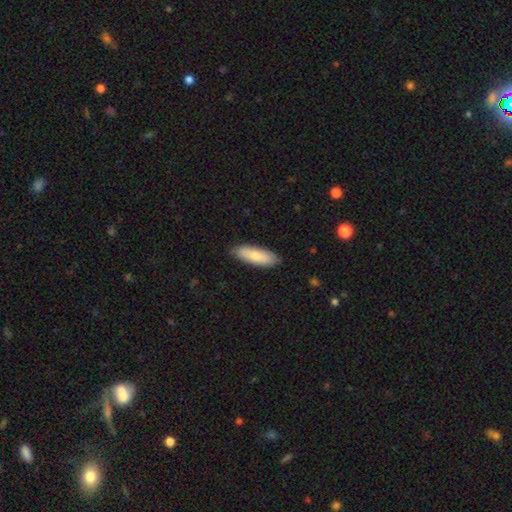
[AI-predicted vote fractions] smooth_or_featured: smooth (p=0.82) [alt: featured or disk p=0.12]
how_rounded: in between (p=0.51) [alt: cigar-shaped p=0.48]
merging: none (p=0.87) [alt: minor disturbance p=0.10]